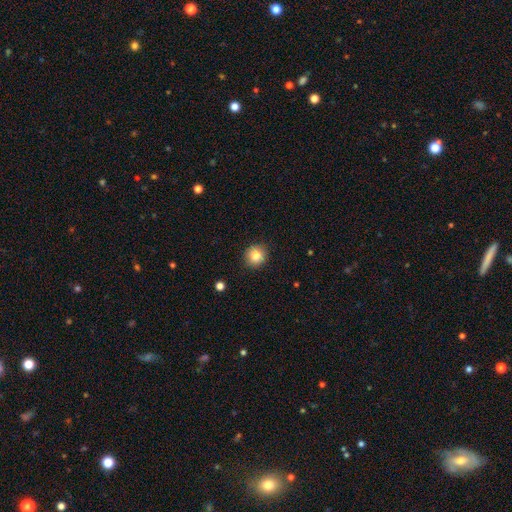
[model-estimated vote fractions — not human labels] Overall: smooth (84%). How rounded: round (91%). Merging: none (90%).